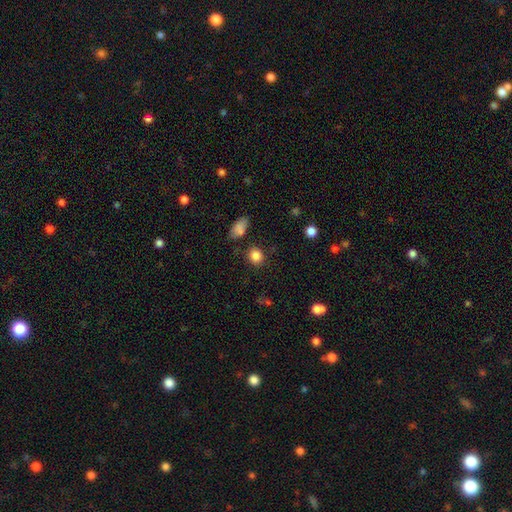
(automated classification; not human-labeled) Smooth or featured? smooth (85%)
How rounded? round (79%)
Merging? none (83%)